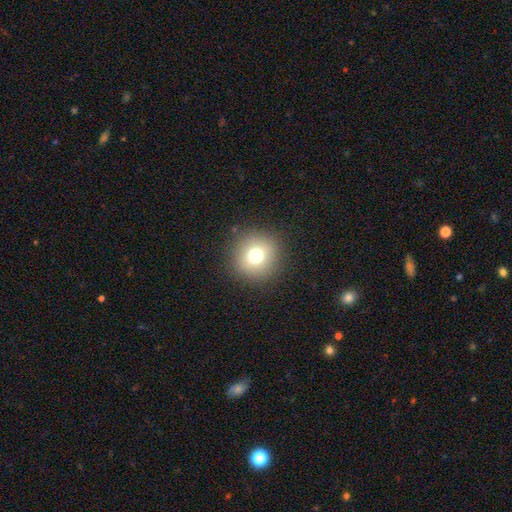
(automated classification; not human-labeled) Smooth or featured?
  - smooth: 74% *
  - star or artifact: 14%
  - featured or disk: 12%
How rounded?
  - round: 92% *
  - in between: 7%
  - cigar-shaped: 1%
Merging?
  - none: 89% *
  - minor disturbance: 6%
  - major disturbance: 3%
  - merger: 1%